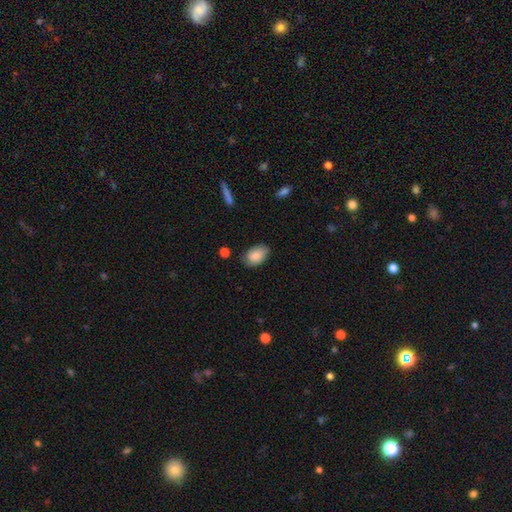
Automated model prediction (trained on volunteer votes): smooth_or_featured: smooth (p=0.80) [alt: featured or disk p=0.13]
how_rounded: in between (p=0.88) [alt: round p=0.11]
merging: none (p=0.69) [alt: minor disturbance p=0.24]